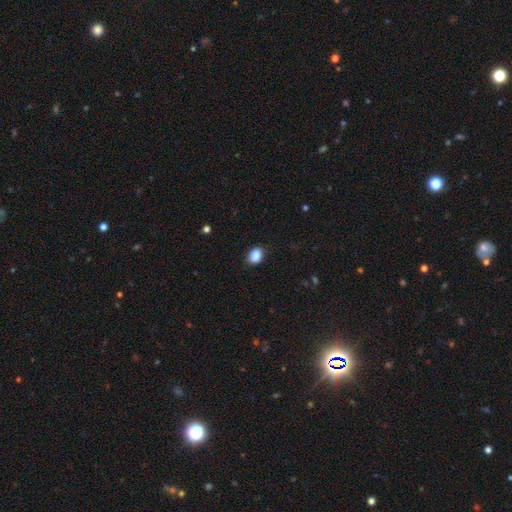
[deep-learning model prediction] Overall: smooth (88%). How rounded: in between (75%). Merging: none (85%).